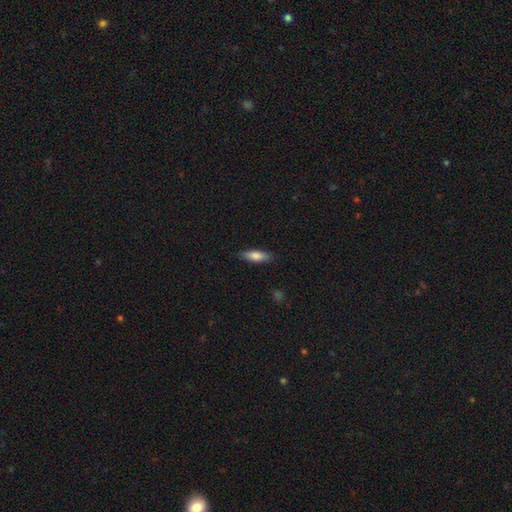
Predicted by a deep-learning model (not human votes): Smooth or featured? Predicted: smooth (p=0.79). How rounded? Predicted: cigar-shaped (p=0.50). Merging? Predicted: none (p=0.86).